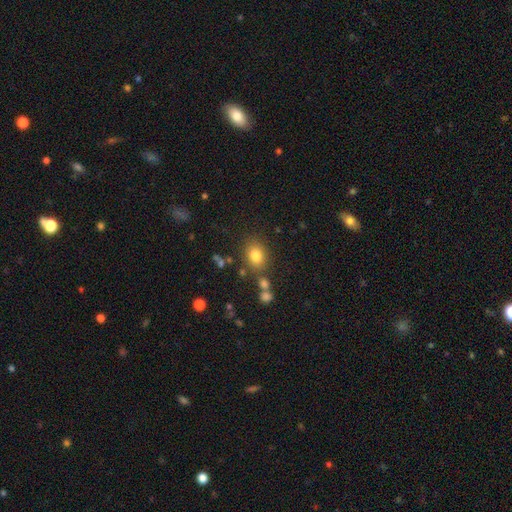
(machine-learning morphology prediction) Smooth or featured?
  - smooth: 80% *
  - star or artifact: 12%
  - featured or disk: 8%
How rounded?
  - in between: 56% *
  - round: 43%
  - cigar-shaped: 1%
Merging?
  - none: 77% *
  - minor disturbance: 12%
  - merger: 8%
  - major disturbance: 4%